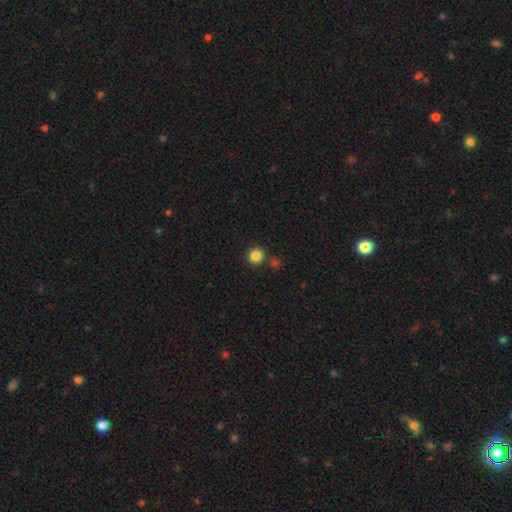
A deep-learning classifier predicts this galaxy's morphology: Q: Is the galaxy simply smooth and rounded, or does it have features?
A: smooth — 85%.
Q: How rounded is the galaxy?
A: round — 93%.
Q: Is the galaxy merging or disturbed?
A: none — 80%.